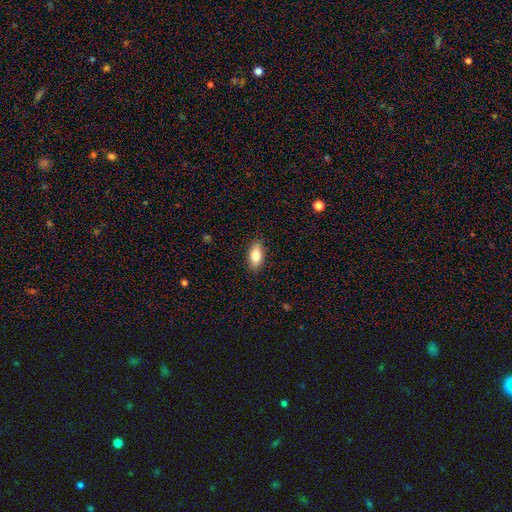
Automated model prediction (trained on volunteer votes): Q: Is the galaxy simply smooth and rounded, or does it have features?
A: smooth — 81%.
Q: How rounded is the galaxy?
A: in between — 86%.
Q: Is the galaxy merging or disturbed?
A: none — 88%.